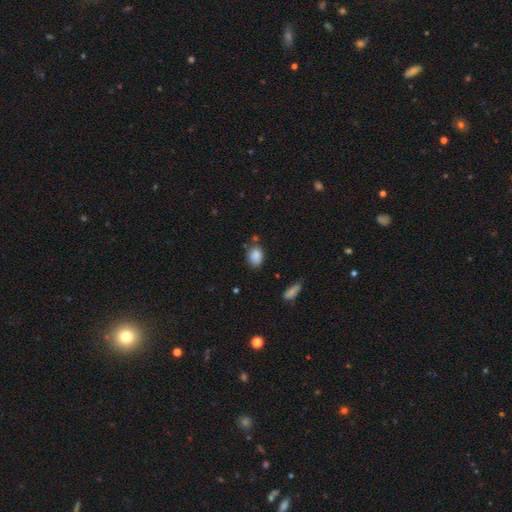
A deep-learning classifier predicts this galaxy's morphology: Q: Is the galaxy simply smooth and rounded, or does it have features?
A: smooth — 85%.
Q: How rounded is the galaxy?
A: in between — 74%.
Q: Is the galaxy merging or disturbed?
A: none — 68%.